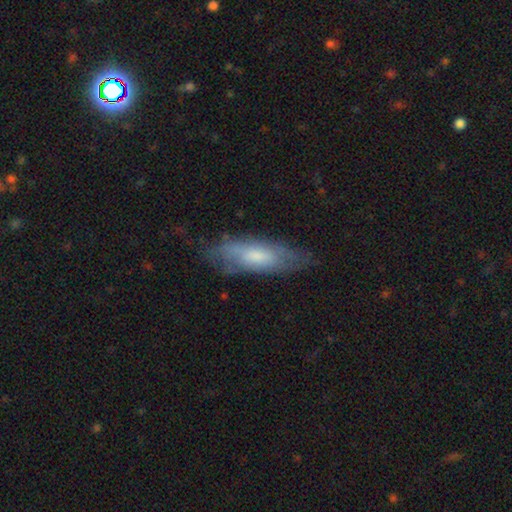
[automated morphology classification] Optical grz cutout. It shows a smooth galaxy with no disk features (55%) that is in between round and cigar-shaped (55%). Merging: none (67%).